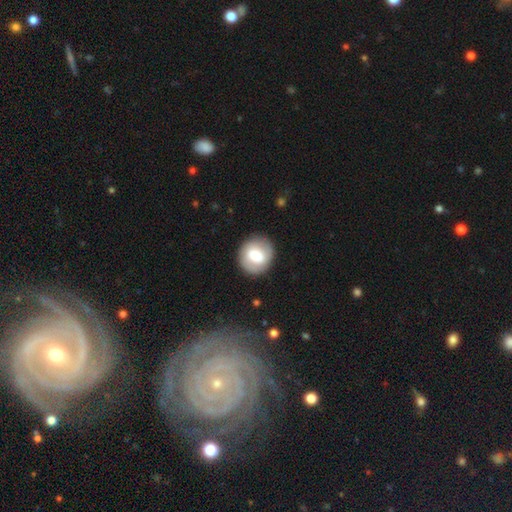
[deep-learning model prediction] Smooth or featured? smooth (60%)
How rounded? round (81%)
Merging? none (86%)